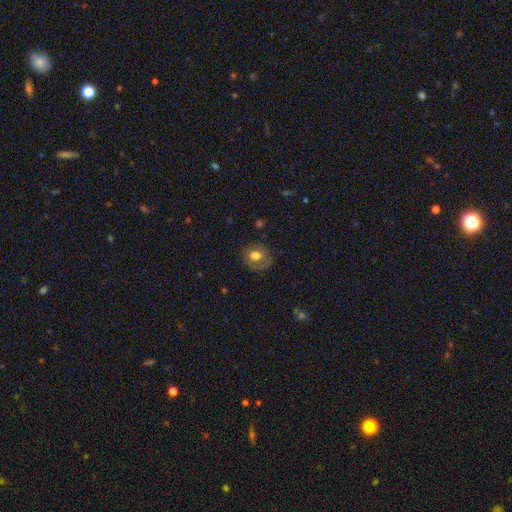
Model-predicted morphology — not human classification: Smooth or featured? Predicted: smooth (p=0.66). How rounded? Predicted: round (p=0.77). Merging? Predicted: none (p=0.75).